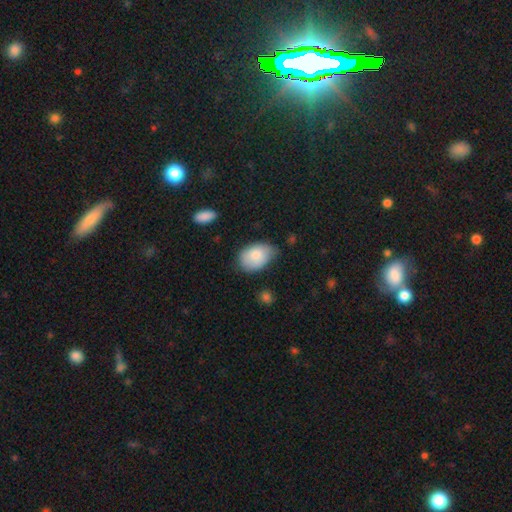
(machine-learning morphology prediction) Smooth or featured? smooth (81%)
How rounded? in between (85%)
Merging? none (51%)